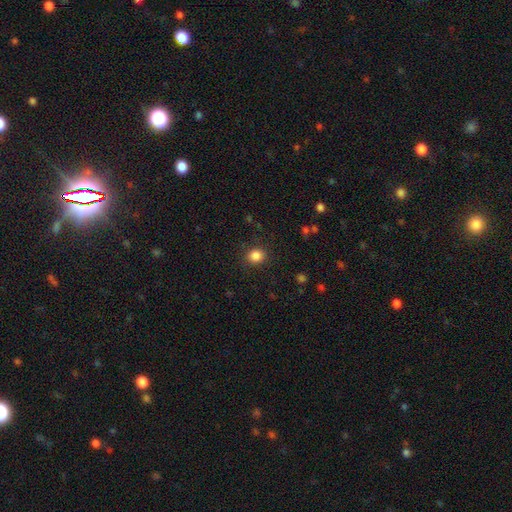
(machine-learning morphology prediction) type=smooth (85%); roundness=round (76%); merging=none (88%).